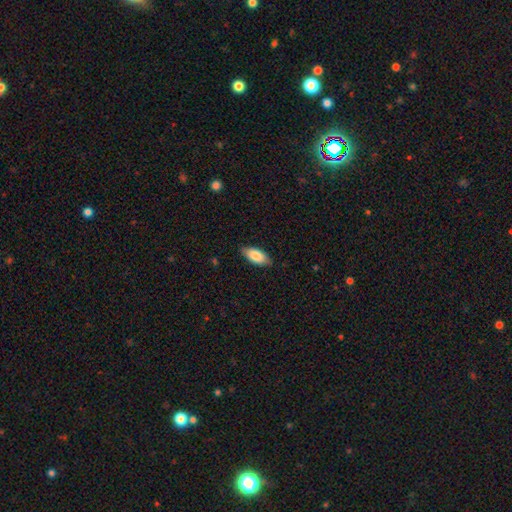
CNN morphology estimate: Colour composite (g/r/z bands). It shows a smooth galaxy with no disk features (85%) that is in between round and cigar-shaped (89%). Merging: none (84%).